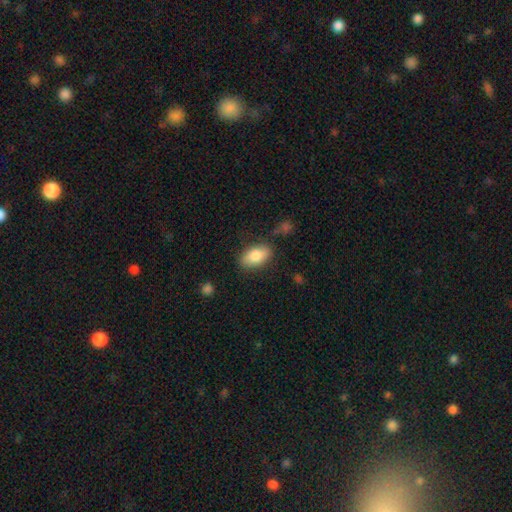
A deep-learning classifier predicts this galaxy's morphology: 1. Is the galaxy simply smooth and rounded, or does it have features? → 83% smooth, 10% featured or disk, 7% star or artifact.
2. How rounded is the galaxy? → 92% in between, 6% round, 3% cigar-shaped.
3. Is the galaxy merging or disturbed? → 79% none, 14% minor disturbance, 4% major disturbance, 3% merger.